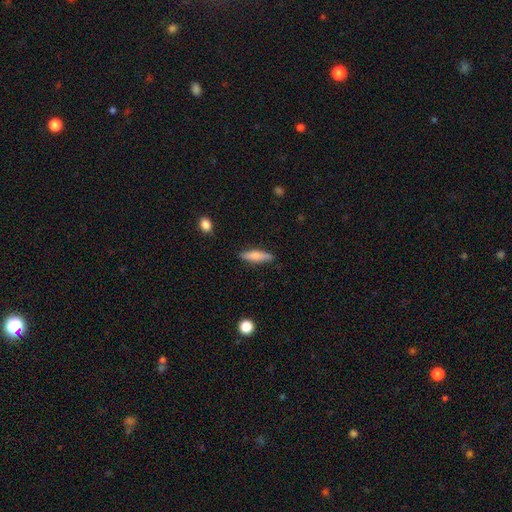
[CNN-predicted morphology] Overall: smooth (69%). How rounded: cigar-shaped (70%). Merging: none (84%).